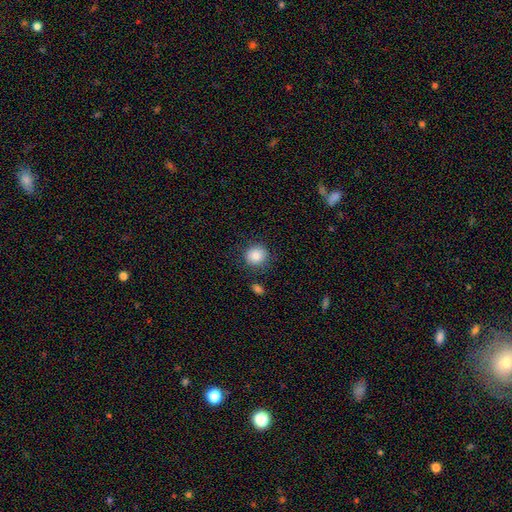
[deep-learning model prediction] smooth 87%, star or artifact 9%, featured or disk 4%. Down the decision tree: how rounded — round (84%); merging — none (84%).